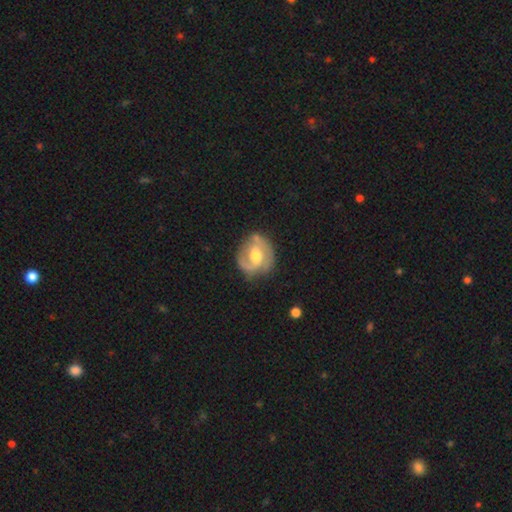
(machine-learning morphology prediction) type=featured or disk (78%); edge-on=no (97%); bar=weak (48%); spiral arms=yes (89%); winding=medium (45%); arm count=2 (70%); bulge=moderate (70%); merging=none (67%).